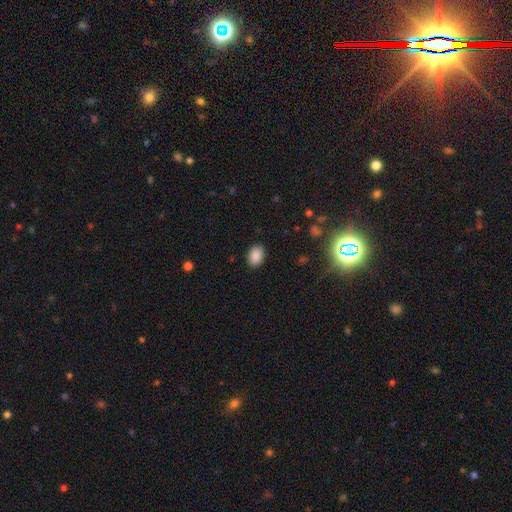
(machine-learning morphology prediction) This appears to be a smooth galaxy with no disk features (89%) that is in between round and cigar-shaped (82%). Merging: none (88%).